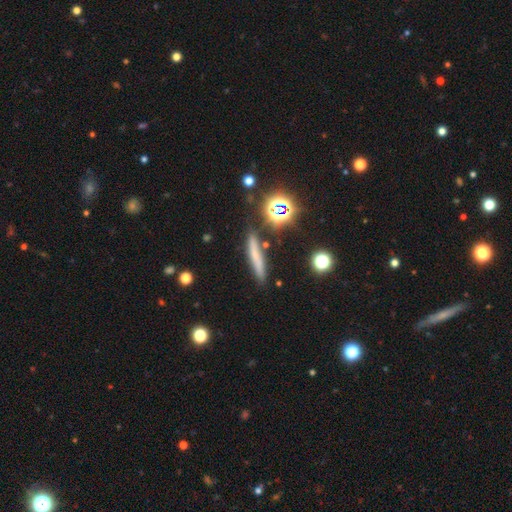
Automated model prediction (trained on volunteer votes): A smooth galaxy with no disk features (60%) that is cigar-shaped (87%).

Vote fractions:
- Smooth or featured? smooth: 60% / featured or disk: 24% / star or artifact: 16%
- How rounded? cigar-shaped: 87% / in between: 7% / round: 5%
- Merging? none: 82% / minor disturbance: 11% / merger: 4% / major disturbance: 3%